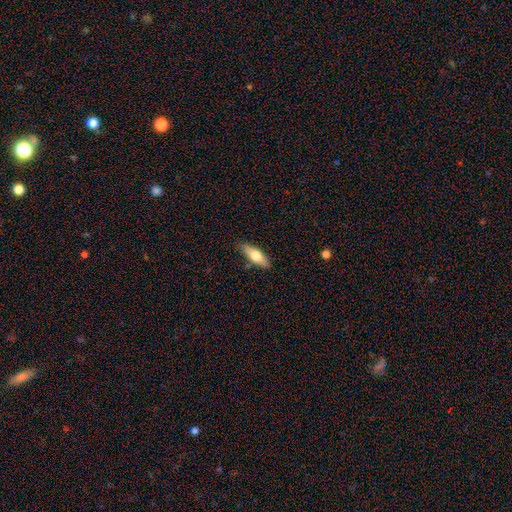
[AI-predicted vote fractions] smooth 68%, featured or disk 27%, star or artifact 6%. Down the decision tree: how rounded — in between (55%); merging — none (84%).